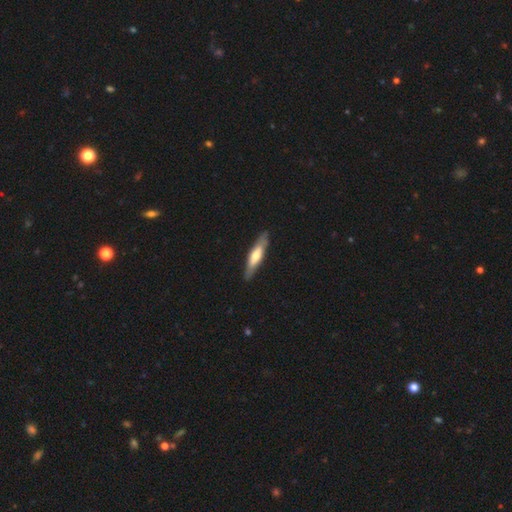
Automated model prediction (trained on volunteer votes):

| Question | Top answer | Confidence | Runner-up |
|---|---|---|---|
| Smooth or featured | smooth | 48% | featured or disk (47%) |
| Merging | none | 86% | minor disturbance (10%) |